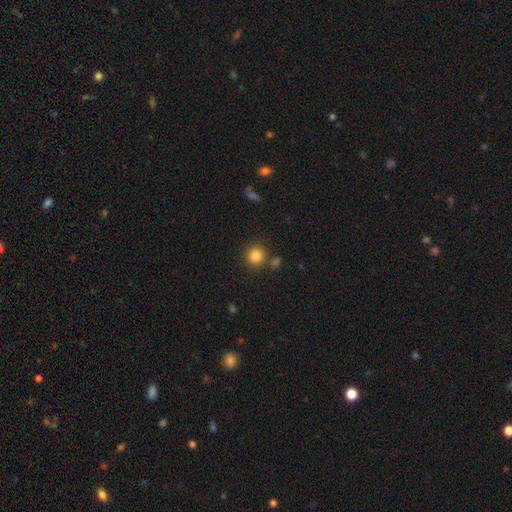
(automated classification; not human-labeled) Morphology: type=smooth (84%); roundness=round (91%); merging=none (81%).